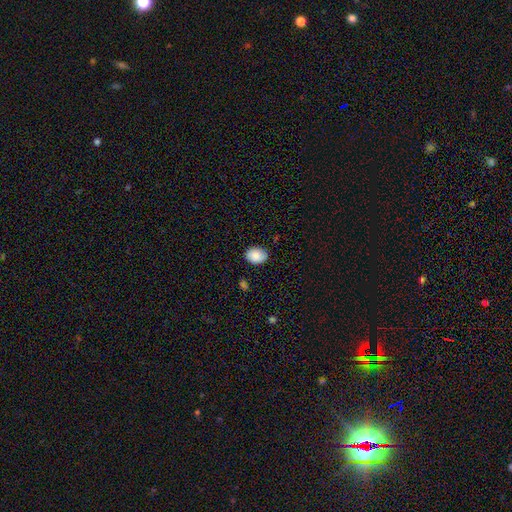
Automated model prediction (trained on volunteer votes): Overall: smooth (86%). How rounded: in between (69%; round 30%). Merging: none (82%).